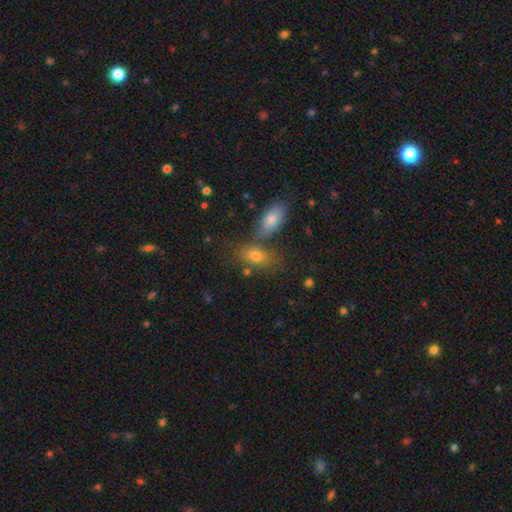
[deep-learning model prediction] smooth 73%, featured or disk 14%, star or artifact 12%. Down the decision tree: how rounded — in between (82%); merging — none (53%).